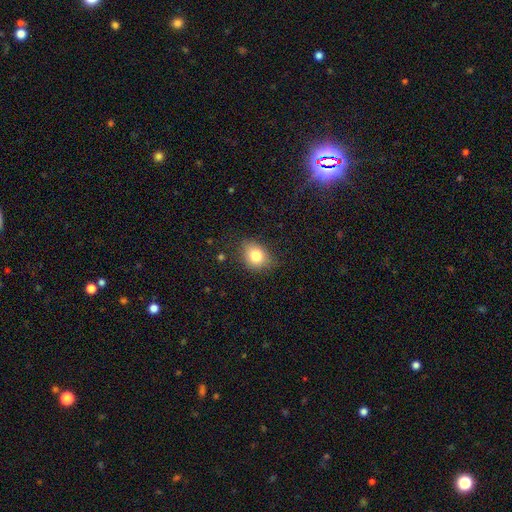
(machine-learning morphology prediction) Smooth or featured? Predicted: smooth (p=0.79). How rounded? Predicted: in between (p=0.55). Merging? Predicted: none (p=0.72).